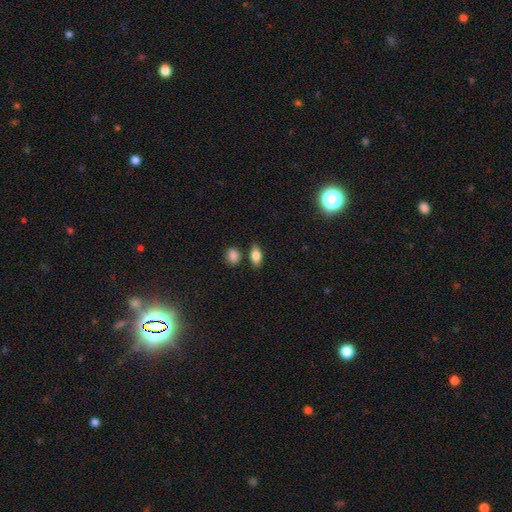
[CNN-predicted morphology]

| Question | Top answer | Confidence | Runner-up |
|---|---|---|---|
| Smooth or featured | smooth | 82% | featured or disk (10%) |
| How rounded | in between | 85% | round (9%) |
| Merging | none | 78% | minor disturbance (11%) |